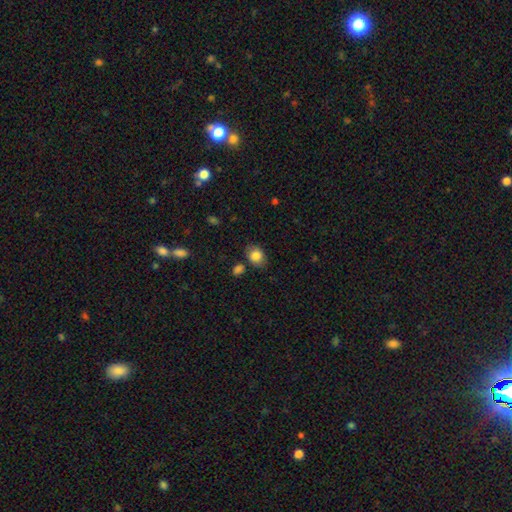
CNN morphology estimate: This appears to be a smooth galaxy with no disk features (84%) that is in between round and cigar-shaped (59%). Merging: none (75%).